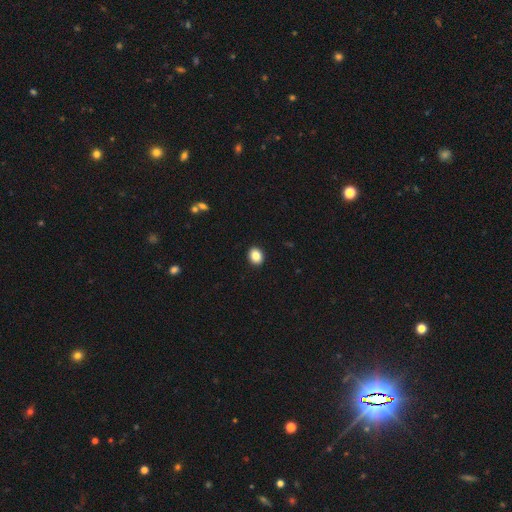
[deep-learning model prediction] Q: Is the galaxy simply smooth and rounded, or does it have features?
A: smooth — 87%.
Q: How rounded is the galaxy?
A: in between — 51%.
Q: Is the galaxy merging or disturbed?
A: none — 92%.